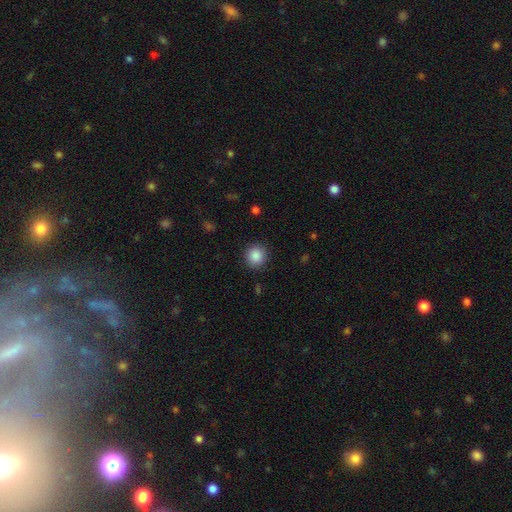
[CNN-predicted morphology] A smooth galaxy with no disk features (88%) that is round (92%).

Vote fractions:
- Smooth or featured? smooth: 88% / star or artifact: 9% / featured or disk: 3%
- How rounded? round: 92% / in between: 7% / cigar-shaped: 1%
- Merging? none: 90% / minor disturbance: 7% / major disturbance: 2% / merger: 1%